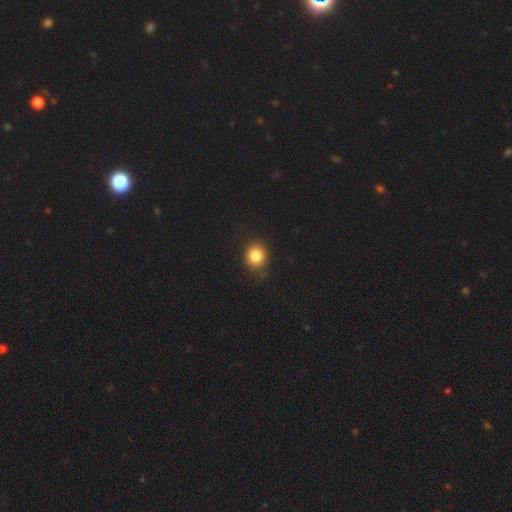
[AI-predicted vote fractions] A smooth galaxy with no disk features (84%) that is round (67%). Merging: none (80%).